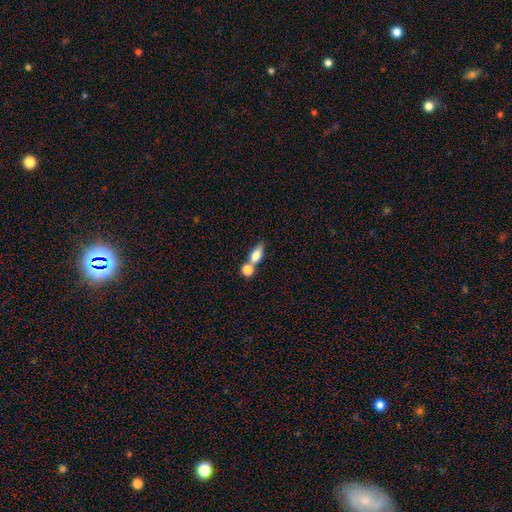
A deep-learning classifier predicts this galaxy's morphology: Q: Smooth or featured?
A: smooth (77%); runner-up: featured or disk (14%)
Q: How rounded?
A: in between (72%); runner-up: round (15%)
Q: Merging?
A: merger (53%); runner-up: none (34%)